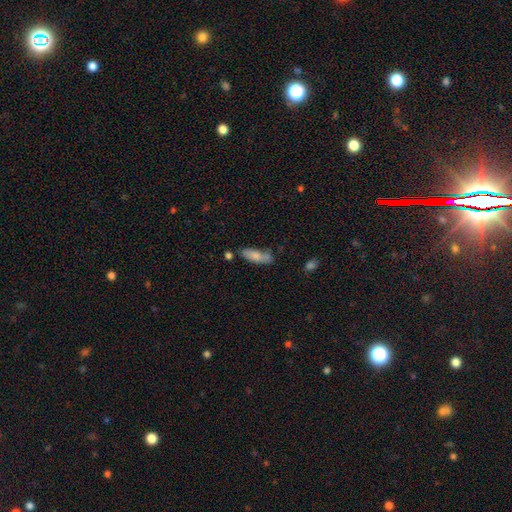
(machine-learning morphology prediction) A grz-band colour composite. It shows a smooth galaxy with no disk features (78%) that is in between round and cigar-shaped (57%). Merging: none (62%).